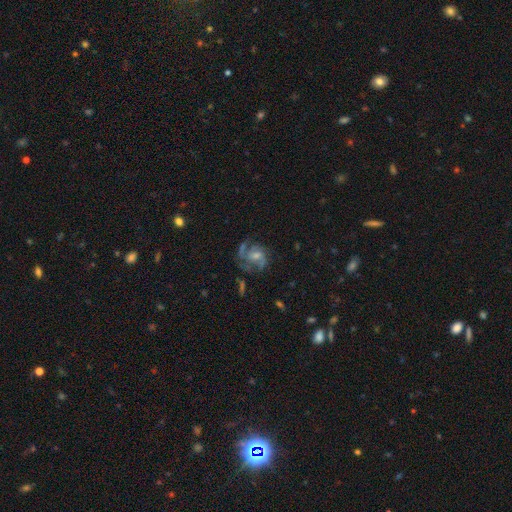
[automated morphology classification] featured or disk 81%, smooth 12%, star or artifact 8%. Down the decision tree: edge-on disk — no (98%); bar — no (55%); spiral arms — yes (92%); spiral arm count — 2 (39%); spiral winding — medium (50%); bulge size — small (48%); merging — none (54%).